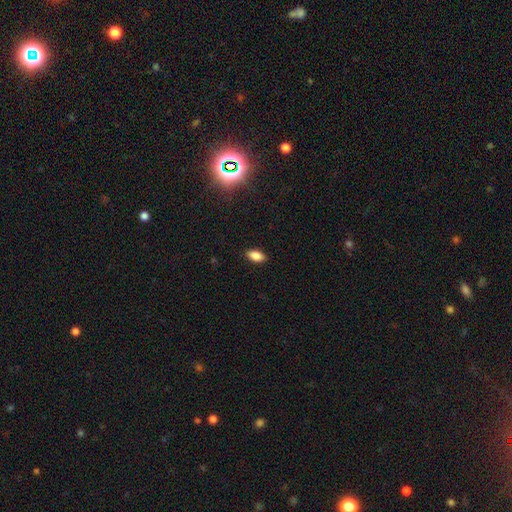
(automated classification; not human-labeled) Smooth or featured? Predicted: smooth (p=0.85). How rounded? Predicted: in between (p=0.90). Merging? Predicted: none (p=0.88).